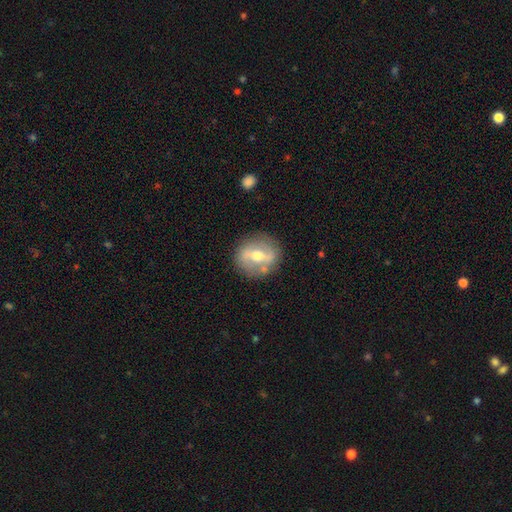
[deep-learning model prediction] The model was most divided on "bar": strong: 52%, weak: 32%, no: 16%. More confident: edge-on disk — no (89%); merging — none (81%); bulge size — moderate (72%); smooth or featured — featured or disk (63%); spiral arms — no (62%).